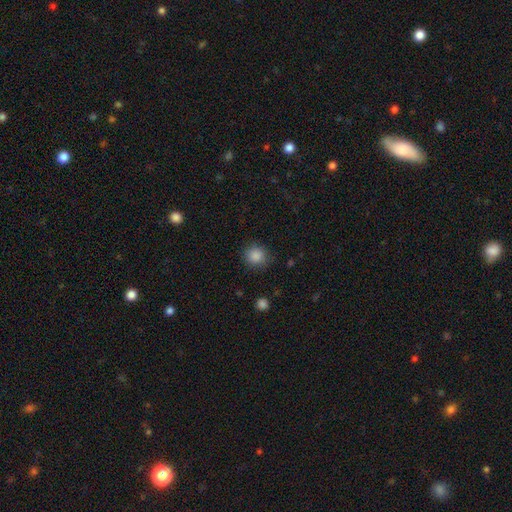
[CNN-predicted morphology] A smooth galaxy with no disk features (87%) that is round (88%).

Vote fractions:
- Smooth or featured? smooth: 87% / star or artifact: 10% / featured or disk: 3%
- How rounded? round: 88% / in between: 11% / cigar-shaped: 1%
- Merging? none: 86% / minor disturbance: 10% / major disturbance: 3% / merger: 1%